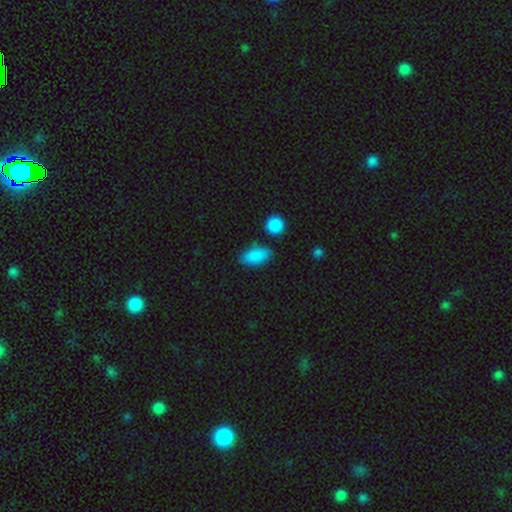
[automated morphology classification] The model was most divided on "merging": none: 78%, minor disturbance: 13%, merger: 6%, major disturbance: 3%. More confident: how rounded — in between (90%); smooth or featured — smooth (87%).